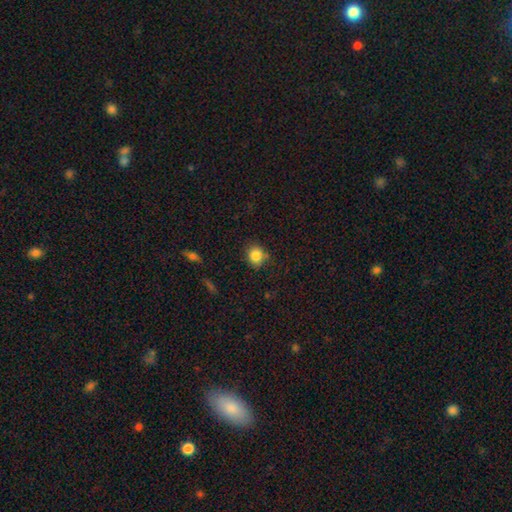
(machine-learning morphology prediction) Smooth or featured: smooth — 84% (star or artifact — 10%)
How rounded: round — 72% (in between — 27%)
Merging: none — 77% (minor disturbance — 17%)